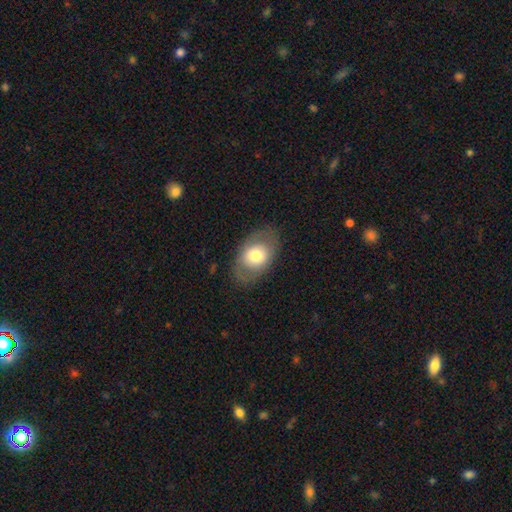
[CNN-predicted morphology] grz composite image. It shows a smooth galaxy with no disk features (66%) that is in between round and cigar-shaped (82%). Merging: none (78%).